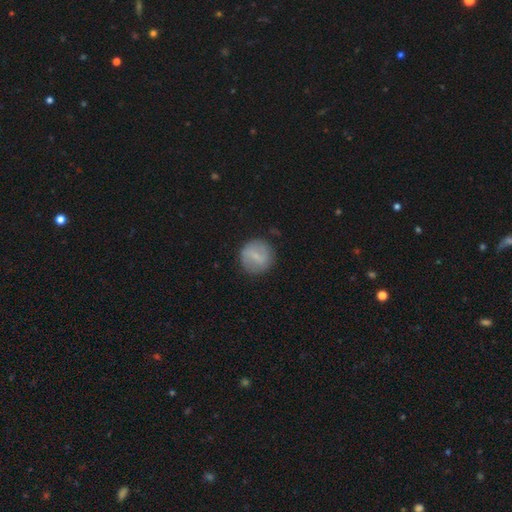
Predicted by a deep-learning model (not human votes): Smooth or featured?
  - smooth: 62% *
  - featured or disk: 31%
  - star or artifact: 7%
How rounded?
  - round: 90% *
  - in between: 9%
  - cigar-shaped: 1%
Merging?
  - none: 84% *
  - minor disturbance: 11%
  - major disturbance: 4%
  - merger: 1%